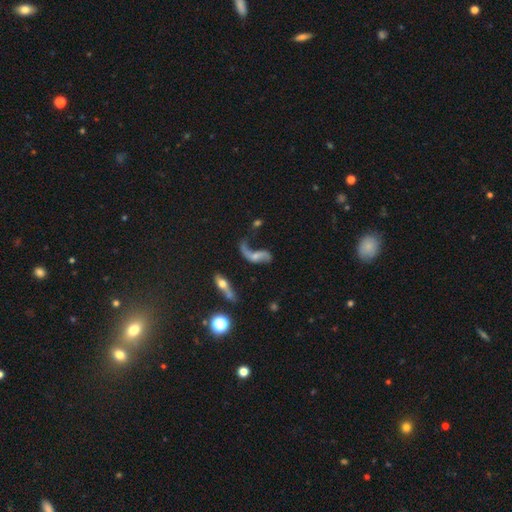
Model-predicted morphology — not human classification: The model was most divided on "merging": major disturbance: 41%, none: 28%, minor disturbance: 16%, merger: 15%. Remaining: edge-on disk — no (91%); spiral arms — yes (78%); smooth or featured — featured or disk (69%); bar — no (61%); bulge size — small (47%).